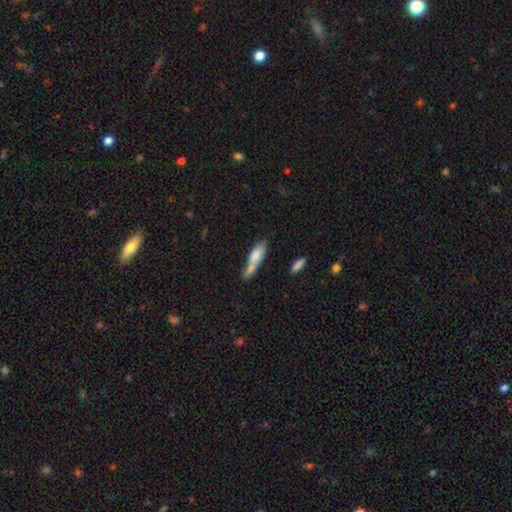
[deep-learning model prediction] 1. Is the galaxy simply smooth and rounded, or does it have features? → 75% smooth, 18% featured or disk, 7% star or artifact.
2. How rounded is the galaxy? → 50% cigar-shaped, 48% in between, 2% round.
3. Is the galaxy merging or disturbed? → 47% merger, 31% none, 15% minor disturbance, 6% major disturbance.